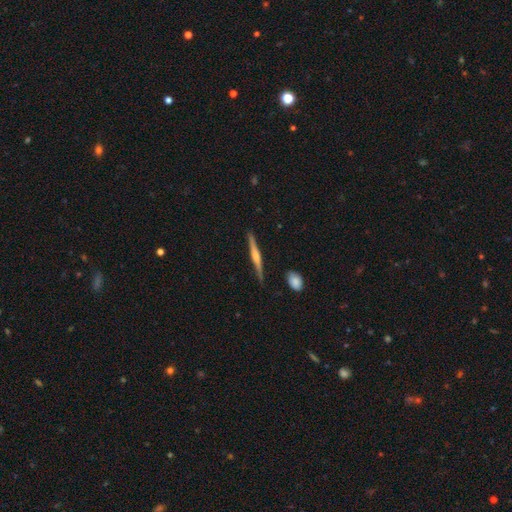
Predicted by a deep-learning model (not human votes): Smooth or featured: featured or disk — 66% (smooth — 29%)
Edge-on disk: yes — 98% (no — 2%)
Edge-on bulge: rounded — 68% (boxy — 17%)
Merging: none — 87% (minor disturbance — 10%)